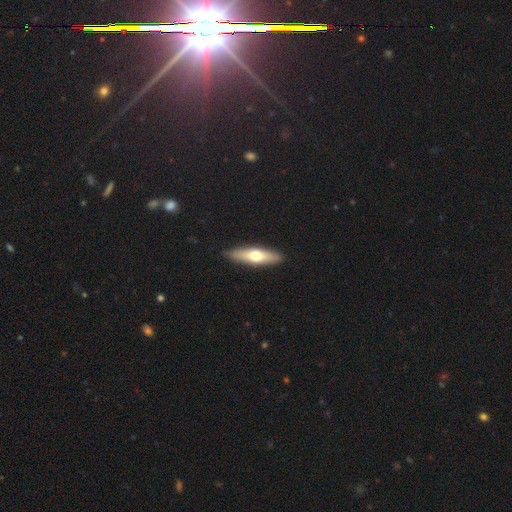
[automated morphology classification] Smooth or featured?
  - smooth: 54% *
  - featured or disk: 41%
  - star or artifact: 5%
How rounded?
  - cigar-shaped: 68% *
  - in between: 30%
  - round: 2%
Merging?
  - none: 88% *
  - minor disturbance: 9%
  - major disturbance: 2%
  - merger: 1%